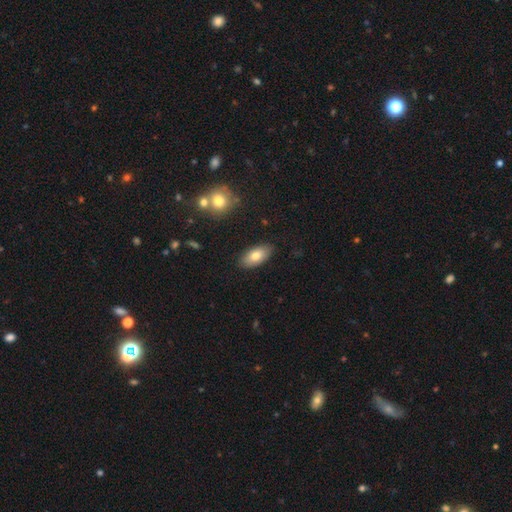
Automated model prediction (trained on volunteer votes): smooth_or_featured: smooth (p=0.76) [alt: featured or disk p=0.17]
how_rounded: in between (p=0.91) [alt: cigar-shaped p=0.05]
merging: none (p=0.87) [alt: minor disturbance p=0.09]